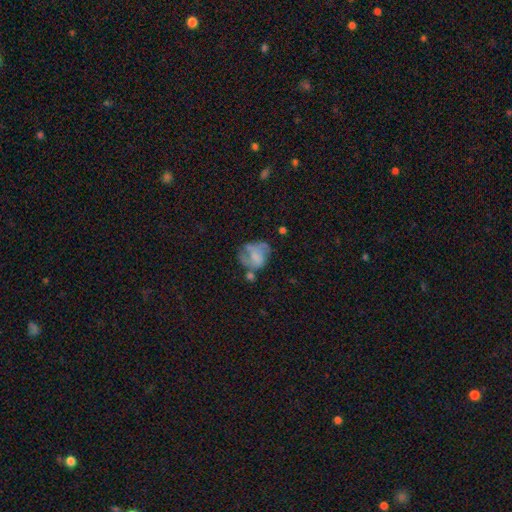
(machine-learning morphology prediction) Q: Smooth or featured?
A: featured or disk (52%); runner-up: smooth (38%)
Q: Edge-on disk?
A: no (98%); runner-up: yes (2%)
Q: Bar?
A: no (66%); runner-up: weak (28%)
Q: Spiral arms?
A: yes (60%); runner-up: no (40%)
Q: Bulge size?
A: none (37%); runner-up: small (32%)
Q: Merging?
A: none (41%); runner-up: minor disturbance (25%)